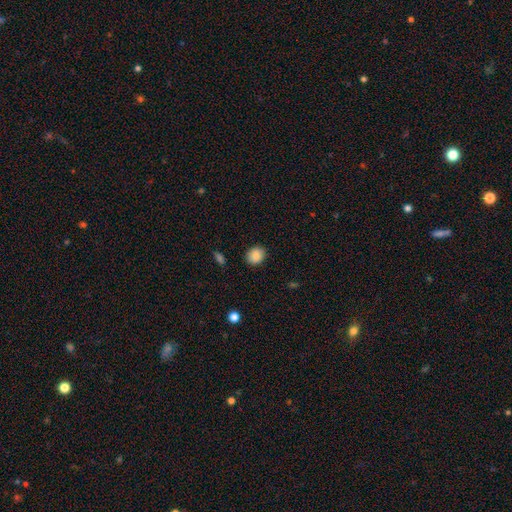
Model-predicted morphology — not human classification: The model was most divided on "how rounded": round: 62%, in between: 37%, cigar-shaped: 1%. More confident: merging — none (89%); smooth or featured — smooth (88%).